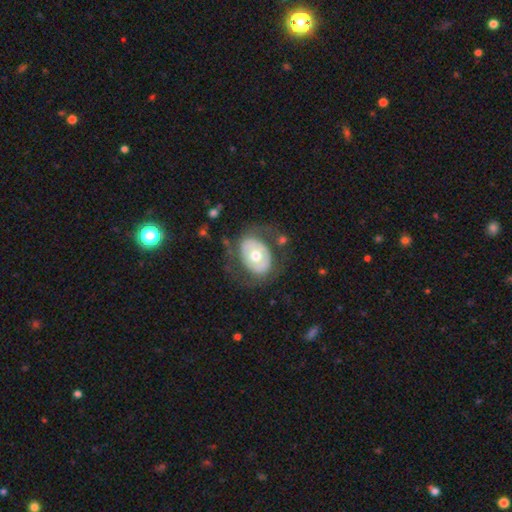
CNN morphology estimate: featured or disk 51%, smooth 44%, star or artifact 6%. Down the decision tree: edge-on disk — no (94%); merging — none (66%).